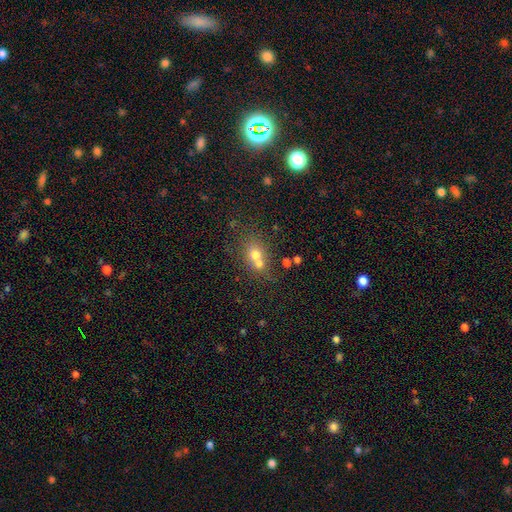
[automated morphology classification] Smooth or featured? Predicted: smooth (p=0.64). How rounded? Predicted: round (p=0.62). Merging? Predicted: merger (p=0.54).